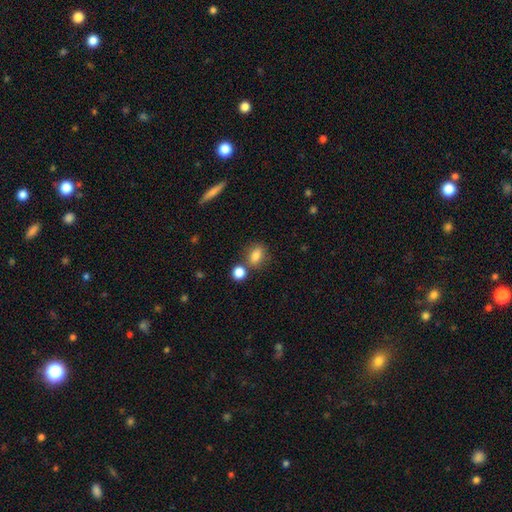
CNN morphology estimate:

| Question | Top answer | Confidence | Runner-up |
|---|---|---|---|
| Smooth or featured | smooth | 81% | star or artifact (10%) |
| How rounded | in between | 68% | round (28%) |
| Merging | none | 66% | merger (17%) |